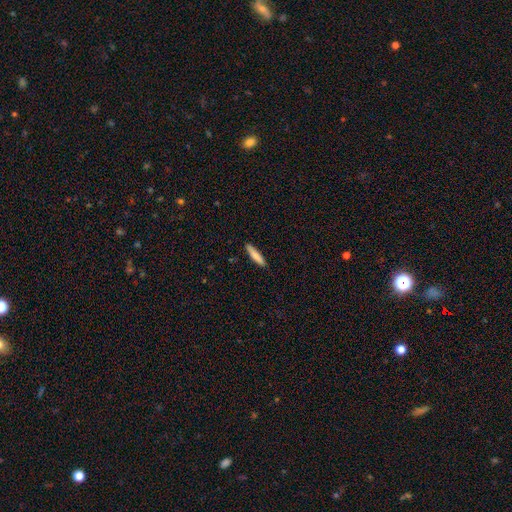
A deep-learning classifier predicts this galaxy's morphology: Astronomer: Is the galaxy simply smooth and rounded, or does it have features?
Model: smooth — 79%.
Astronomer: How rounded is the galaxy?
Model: cigar-shaped — 87%.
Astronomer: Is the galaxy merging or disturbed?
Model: none — 88%.